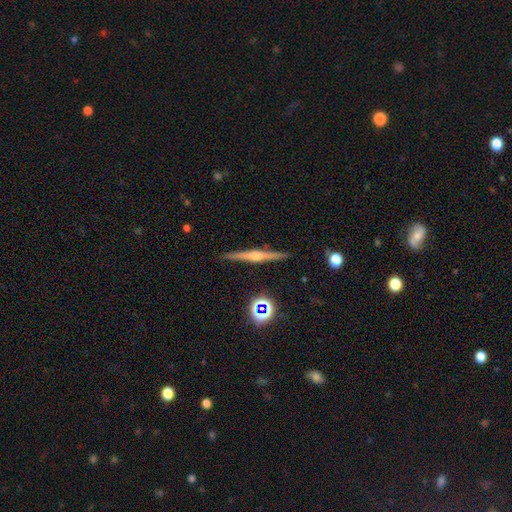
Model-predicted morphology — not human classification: Q: Smooth or featured?
A: featured or disk (74%); runner-up: smooth (17%)
Q: Edge-on disk?
A: yes (98%); runner-up: no (2%)
Q: Edge-on bulge?
A: rounded (80%); runner-up: boxy (10%)
Q: Merging?
A: none (91%); runner-up: minor disturbance (6%)